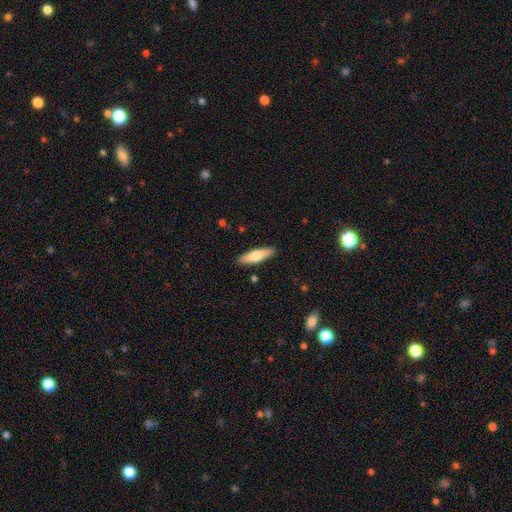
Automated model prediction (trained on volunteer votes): The model was most divided on "smooth or featured": smooth: 56%, featured or disk: 38%, star or artifact: 5%. More confident: merging — none (89%); how rounded — cigar-shaped (61%).